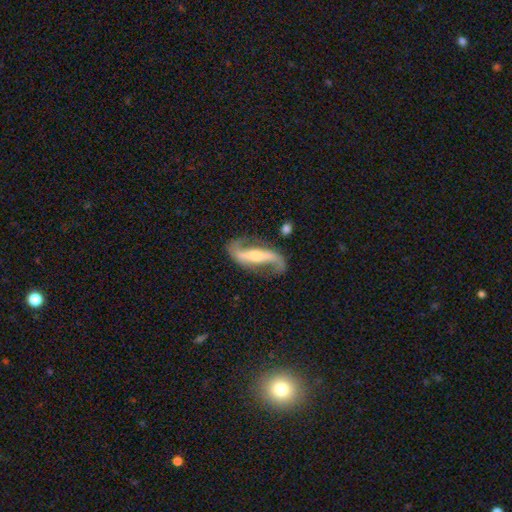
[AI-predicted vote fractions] Q: Smooth or featured?
A: featured or disk (87%); runner-up: smooth (8%)
Q: Edge-on disk?
A: no (89%); runner-up: yes (11%)
Q: Bar?
A: strong (60%); runner-up: weak (23%)
Q: Spiral arms?
A: yes (95%); runner-up: no (5%)
Q: Spiral winding?
A: loose (73%); runner-up: medium (21%)
Q: Spiral arm count?
A: 2 (91%); runner-up: 1 (4%)
Q: Bulge size?
A: moderate (42%); runner-up: small (38%)
Q: Merging?
A: none (73%); runner-up: minor disturbance (14%)